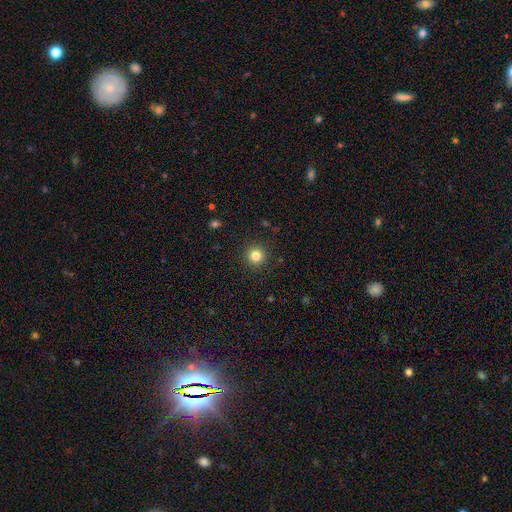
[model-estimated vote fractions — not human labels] Overall: smooth (81%). How rounded: round (96%). Merging: none (92%).